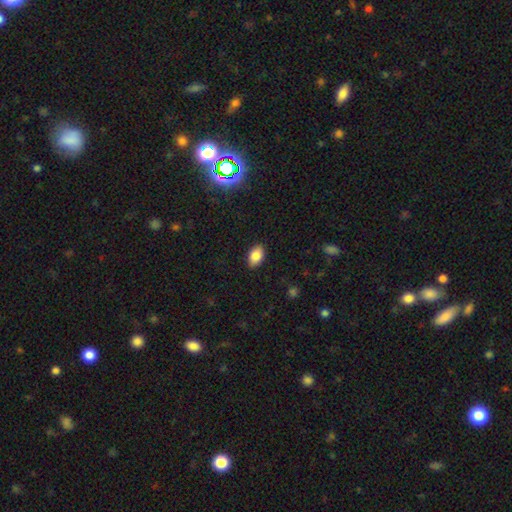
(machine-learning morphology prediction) smooth-or-featured: smooth: 85% | star or artifact: 8% | featured or disk: 7%
  how-rounded: in between: 90% | round: 9% | cigar-shaped: 1%
  merging: none: 89% | minor disturbance: 8% | major disturbance: 2% | merger: 1%